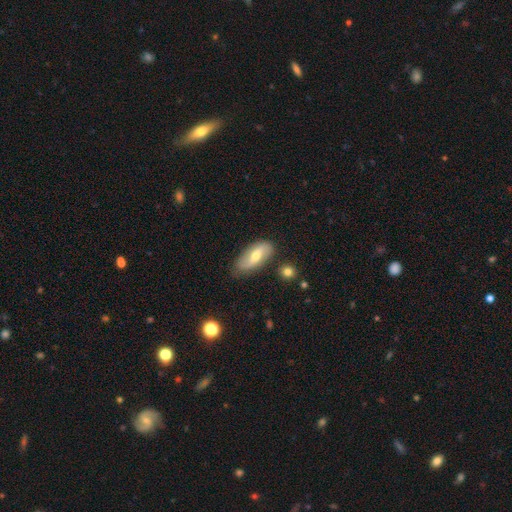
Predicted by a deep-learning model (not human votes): featured or disk 48%, smooth 45%, star or artifact 6%. Down the decision tree: merging — none (75%).